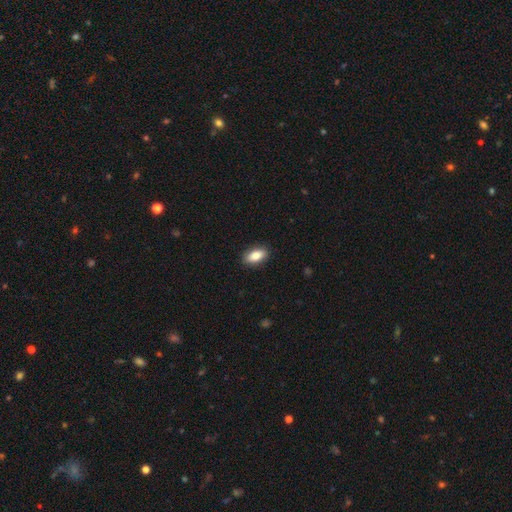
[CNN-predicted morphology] Smooth or featured? smooth (85%)
How rounded? in between (90%)
Merging? none (89%)